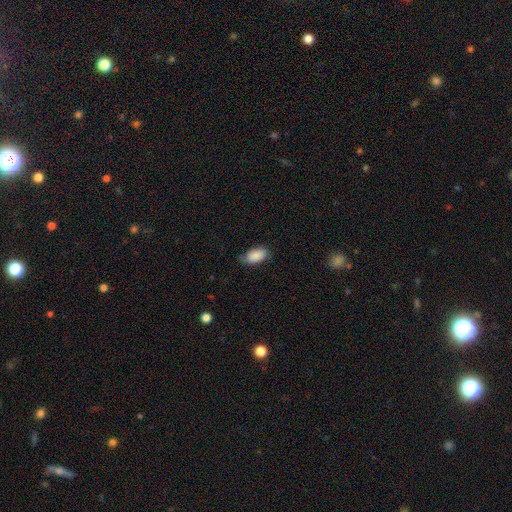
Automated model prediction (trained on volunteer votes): The model was most divided on "merging": none: 62%, minor disturbance: 30%, major disturbance: 7%, merger: 1%. More confident: how rounded — in between (94%); smooth or featured — smooth (86%).